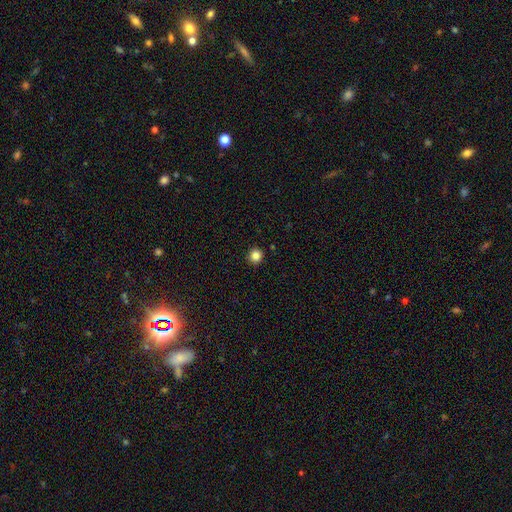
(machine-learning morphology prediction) A smooth galaxy with no disk features (84%) that is round (93%). Merging: none (92%).